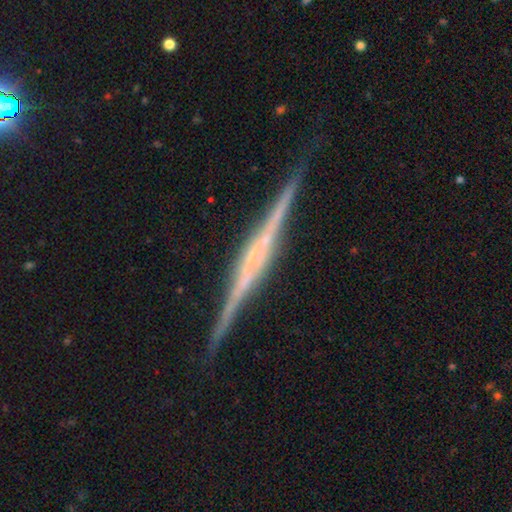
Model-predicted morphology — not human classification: Q: Smooth or featured?
A: featured or disk (86%); runner-up: smooth (9%)
Q: Edge-on disk?
A: yes (98%); runner-up: no (2%)
Q: Edge-on bulge?
A: rounded (34%); runner-up: boxy (33%)
Q: Merging?
A: none (90%); runner-up: minor disturbance (7%)